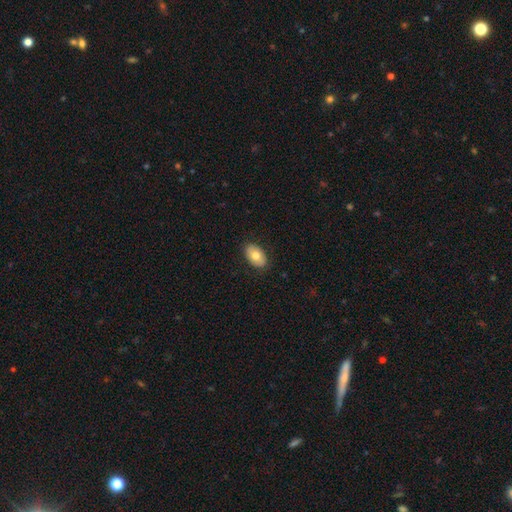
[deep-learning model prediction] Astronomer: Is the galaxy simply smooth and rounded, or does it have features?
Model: smooth — 74%.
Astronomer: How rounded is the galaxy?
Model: in between — 91%.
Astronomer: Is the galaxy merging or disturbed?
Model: none — 87%.